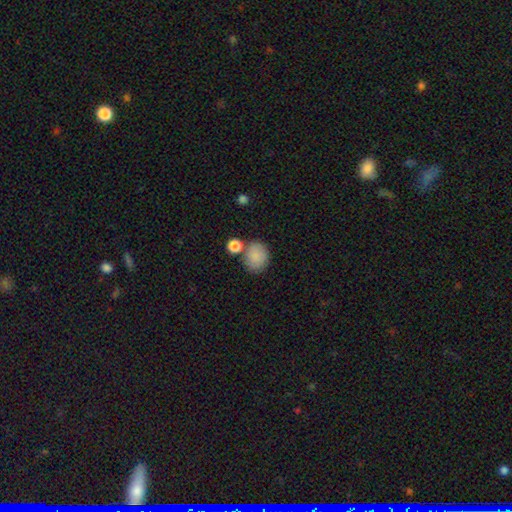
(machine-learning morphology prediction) Smooth or featured: smooth — 85% (star or artifact — 8%)
How rounded: round — 57% (in between — 42%)
Merging: none — 67% (minor disturbance — 15%)